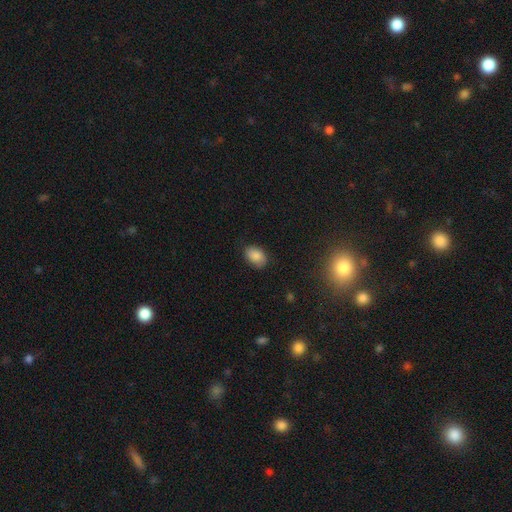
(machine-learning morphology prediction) This is clearly a smooth galaxy (86%). How rounded: clearly in between (83%). Merging: clearly none (81%).